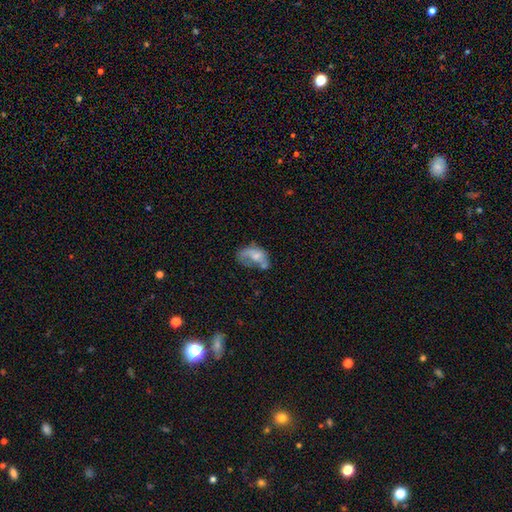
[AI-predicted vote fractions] Morphology: type=smooth (51%); roundness=in between (87%); merging=major disturbance (35%).